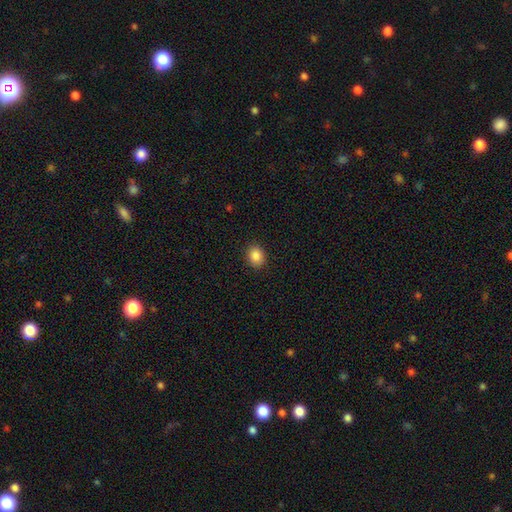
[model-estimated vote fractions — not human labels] This is clearly a smooth galaxy (87%). How rounded: possibly round (51%). Merging: clearly none (90%).